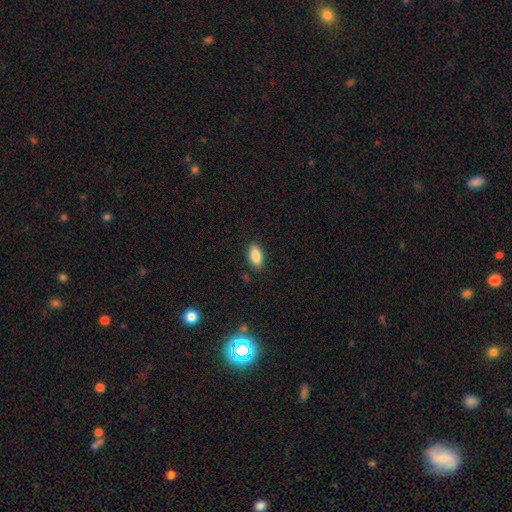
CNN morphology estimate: smooth-or-featured: smooth: 85% | star or artifact: 8% | featured or disk: 7%
  how-rounded: in between: 91% | cigar-shaped: 6% | round: 4%
  merging: none: 87% | minor disturbance: 10% | major disturbance: 2% | merger: 1%